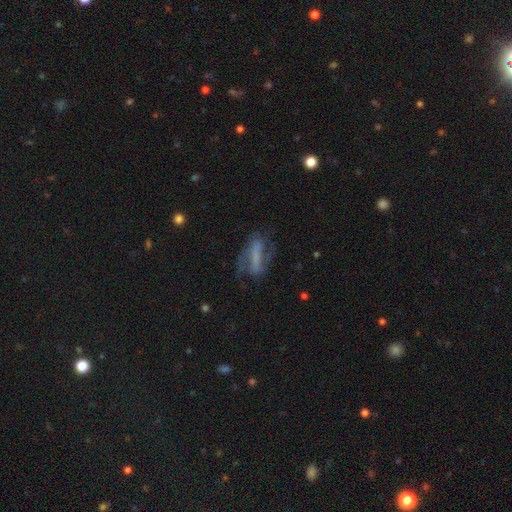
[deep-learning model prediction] Smooth or featured: featured or disk — 65% (smooth — 25%)
Edge-on disk: no — 82% (yes — 18%)
Bar: strong — 62% (weak — 23%)
Spiral arms: yes — 73% (no — 27%)
Bulge size: none — 52% (small — 25%)
Merging: none — 60% (minor disturbance — 20%)